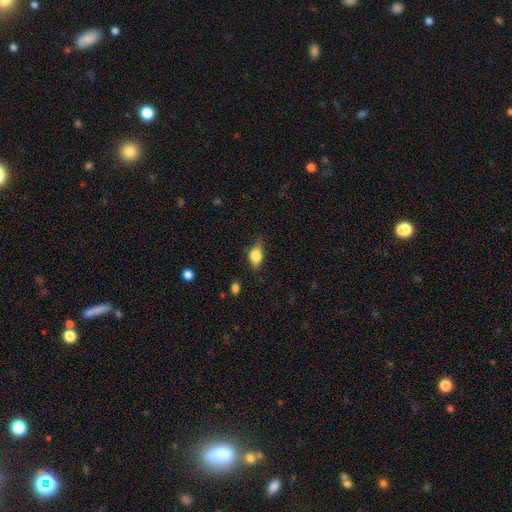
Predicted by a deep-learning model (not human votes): This appears to be a smooth galaxy with no disk features (68%) that is in between round and cigar-shaped (79%). Merging: none (65%).